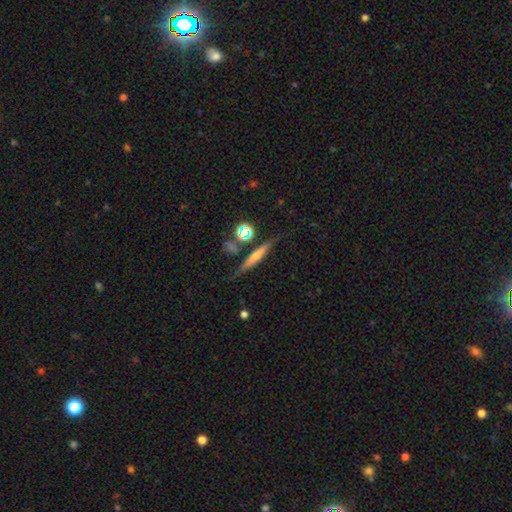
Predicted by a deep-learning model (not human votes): The model was most divided on "smooth or featured": featured or disk: 59%, smooth: 31%, star or artifact: 10%. More confident: edge-on disk — yes (93%); merging — none (75%); edge-on bulge — rounded (64%).